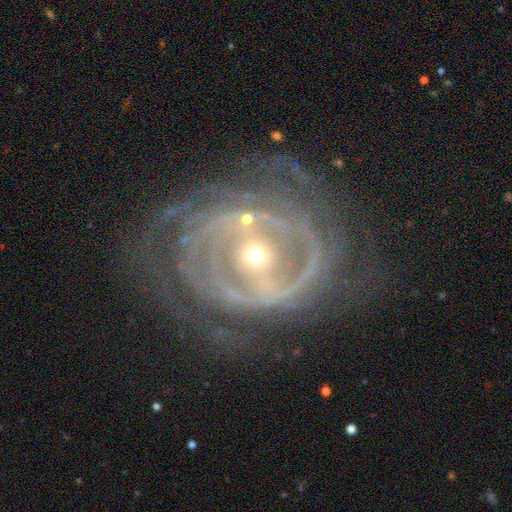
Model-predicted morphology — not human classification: Overall: featured or disk (89%). Edge-on disk: no (97%). Bar: no (50%; weak 26%). Spiral arms: yes (93%). Spiral arm count: 2 (31%; can't tell 25%). Spiral winding: tight (62%; medium 28%). Bulge size: small (66%; moderate 29%). Merging: none (62%).